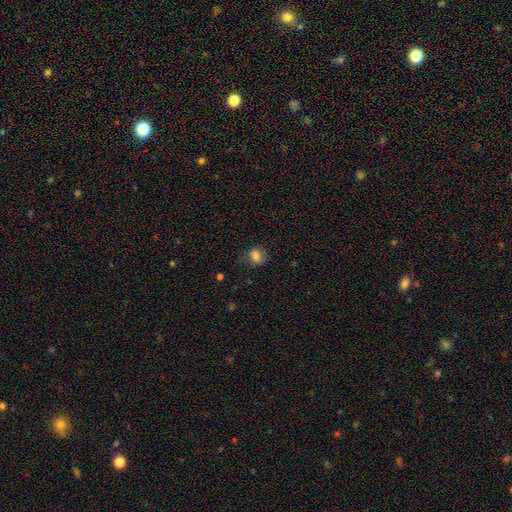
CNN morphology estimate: Smooth or featured? Predicted: smooth (p=0.81). How rounded? Predicted: round (p=0.63). Merging? Predicted: none (p=0.72).